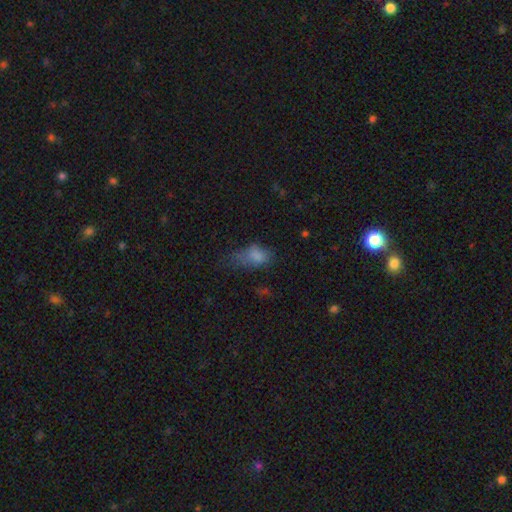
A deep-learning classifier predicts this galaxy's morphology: Smooth or featured: smooth — 74% (featured or disk — 14%)
How rounded: in between — 86% (round — 10%)
Merging: major disturbance — 36% (minor disturbance — 31%)